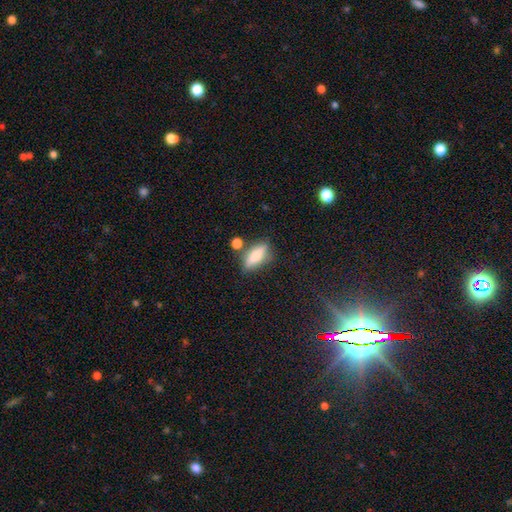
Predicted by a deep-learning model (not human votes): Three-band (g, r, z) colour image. It shows a smooth galaxy with no disk features (70%) that is in between round and cigar-shaped (58%). Merging: none (70%).